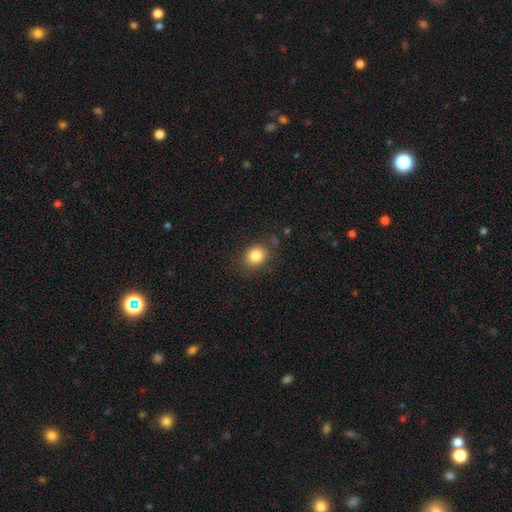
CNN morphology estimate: A smooth galaxy with no disk features (83%) that is round (59%).

Vote fractions:
- Smooth or featured? smooth: 83% / star or artifact: 10% / featured or disk: 7%
- How rounded? round: 59% / in between: 40% / cigar-shaped: 1%
- Merging? none: 80% / minor disturbance: 13% / major disturbance: 4% / merger: 2%